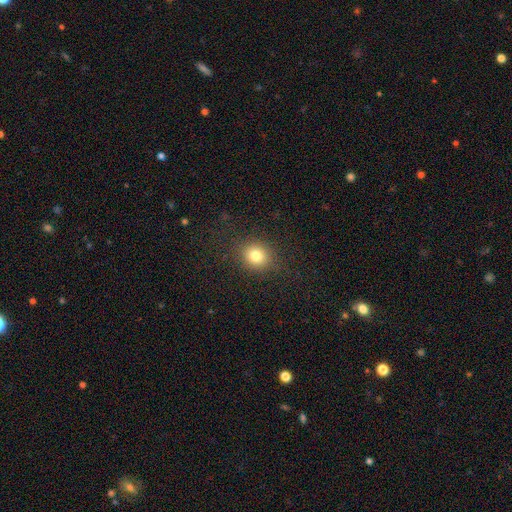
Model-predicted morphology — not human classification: smooth_or_featured: smooth (p=0.79) [alt: star or artifact p=0.13]
how_rounded: round (p=0.76) [alt: in between p=0.23]
merging: none (p=0.87) [alt: minor disturbance p=0.08]